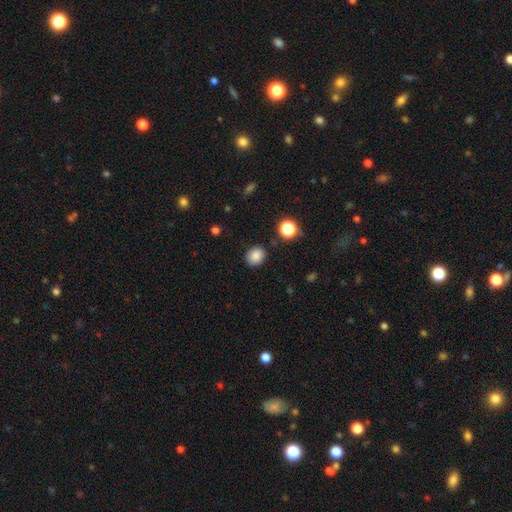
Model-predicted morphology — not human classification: smooth_or_featured: smooth (p=0.85) [alt: star or artifact p=0.11]
how_rounded: round (p=0.63) [alt: in between p=0.36]
merging: none (p=0.86) [alt: minor disturbance p=0.09]